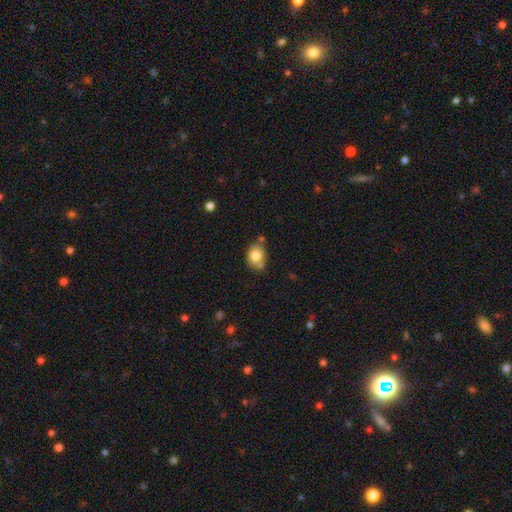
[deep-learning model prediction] This appears to be a smooth galaxy with no disk features (80%) that is round (54%). Merging: none (61%).